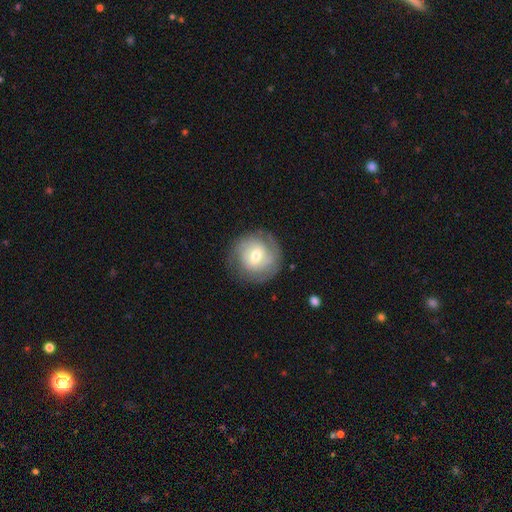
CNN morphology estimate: Overall: featured or disk (59%; smooth 34%). Edge-on disk: no (97%). Bar: weak (53%; no 33%). Spiral arms: yes (76%). Bulge size: moderate (62%; small 30%). Merging: none (79%).